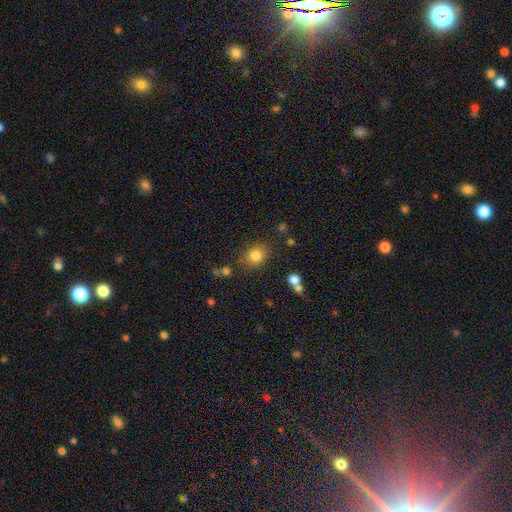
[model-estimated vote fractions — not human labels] Morphology: type=smooth (82%); roundness=round (64%); merging=none (76%).